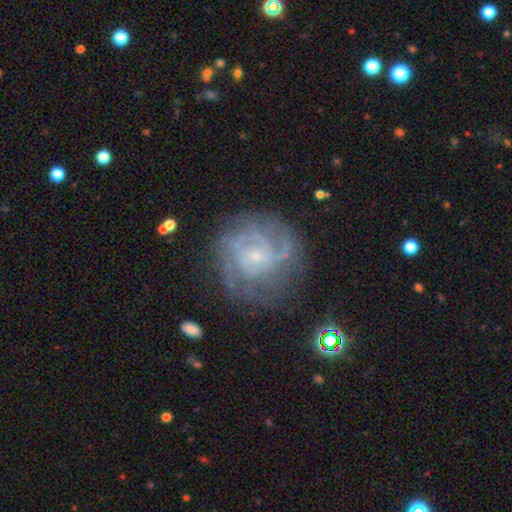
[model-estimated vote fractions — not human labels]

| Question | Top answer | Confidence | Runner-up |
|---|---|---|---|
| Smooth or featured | featured or disk | 84% | smooth (8%) |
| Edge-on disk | no | 98% | yes (2%) |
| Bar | no | 66% | weak (28%) |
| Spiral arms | yes | 95% | no (5%) |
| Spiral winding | tight | 56% | medium (35%) |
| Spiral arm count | can't tell | 29% | 3 (24%) |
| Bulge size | small | 78% | moderate (15%) |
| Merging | none | 71% | minor disturbance (17%) |